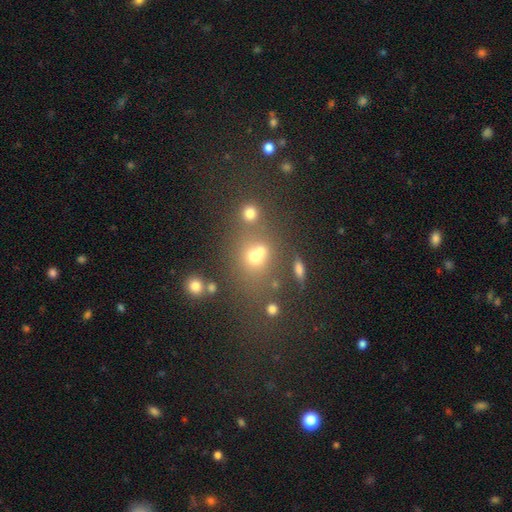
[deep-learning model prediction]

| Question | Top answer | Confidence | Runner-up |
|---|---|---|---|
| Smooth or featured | smooth | 62% | star or artifact (22%) |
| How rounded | round | 64% | in between (34%) |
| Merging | none | 47% | merger (34%) |